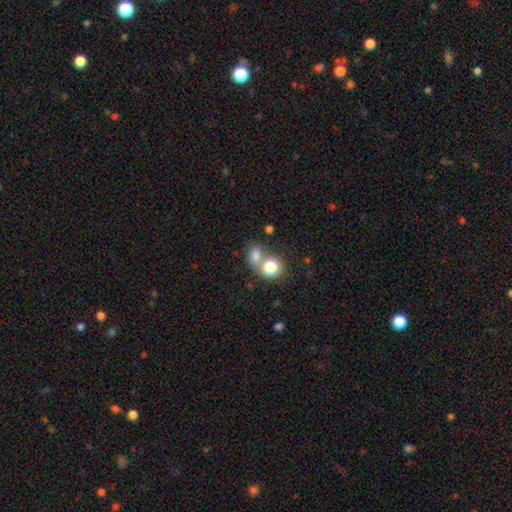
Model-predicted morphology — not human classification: This appears to be a smooth galaxy with no disk features (79%) that is round (52%). Merging: merger (60%).